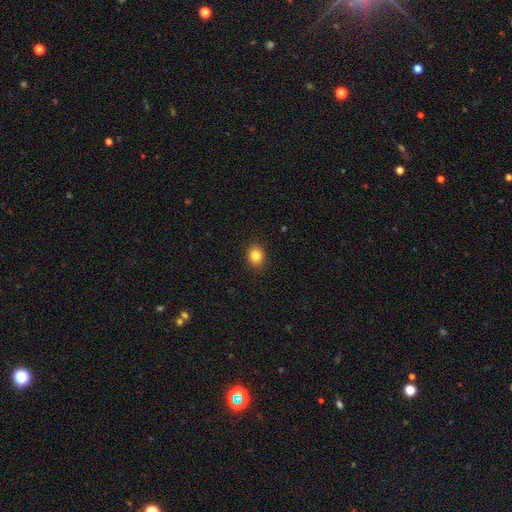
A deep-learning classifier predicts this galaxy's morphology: Smooth or featured?
  - smooth: 85% *
  - star or artifact: 10%
  - featured or disk: 5%
How rounded?
  - round: 65% *
  - in between: 34%
  - cigar-shaped: 1%
Merging?
  - none: 91% *
  - minor disturbance: 6%
  - major disturbance: 2%
  - merger: 1%